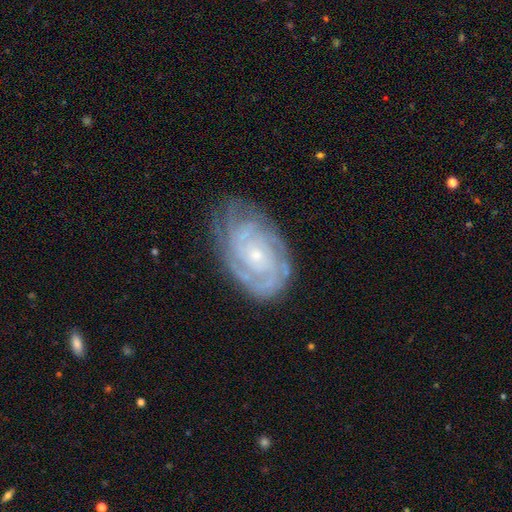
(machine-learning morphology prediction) Smooth or featured?
  - featured or disk: 86% *
  - smooth: 8%
  - star or artifact: 6%
Edge-on disk?
  - no: 96% *
  - yes: 4%
Bar?
  - no: 76% *
  - weak: 19%
  - strong: 5%
Spiral arms?
  - yes: 97% *
  - no: 3%
Spiral winding?
  - tight: 78% *
  - medium: 19%
  - loose: 3%
Spiral arm count?
  - can't tell: 29% *
  - 3: 21%
  - 2: 19%
  - 4: 17%
  - more than 4: 8%
  - 1: 6%
Bulge size?
  - small: 76% *
  - moderate: 20%
  - none: 2%
  - large: 1%
  - dominant: 1%
Merging?
  - none: 75% *
  - minor disturbance: 19%
  - major disturbance: 5%
  - merger: 1%